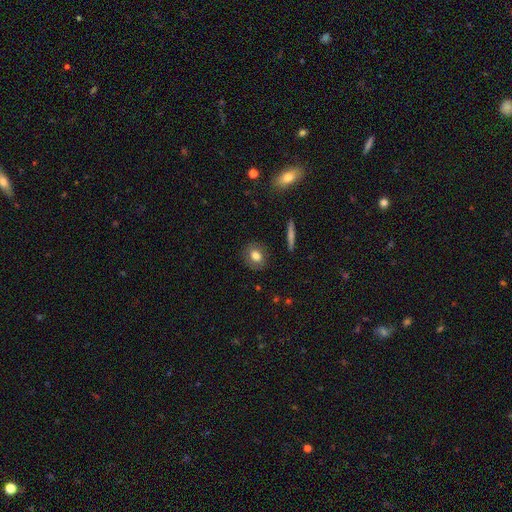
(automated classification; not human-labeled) smooth_or_featured: smooth (p=0.76) [alt: featured or disk p=0.15]
how_rounded: round (p=0.60) [alt: in between p=0.38]
merging: none (p=0.87) [alt: minor disturbance p=0.09]